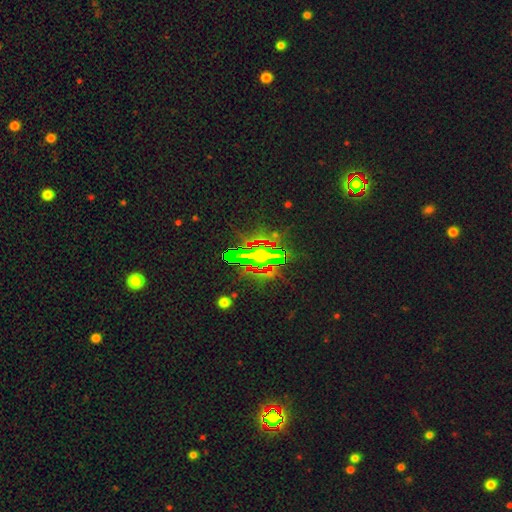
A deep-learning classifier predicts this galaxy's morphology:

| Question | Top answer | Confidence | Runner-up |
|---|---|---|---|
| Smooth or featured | star or artifact | 72% | smooth (16%) |